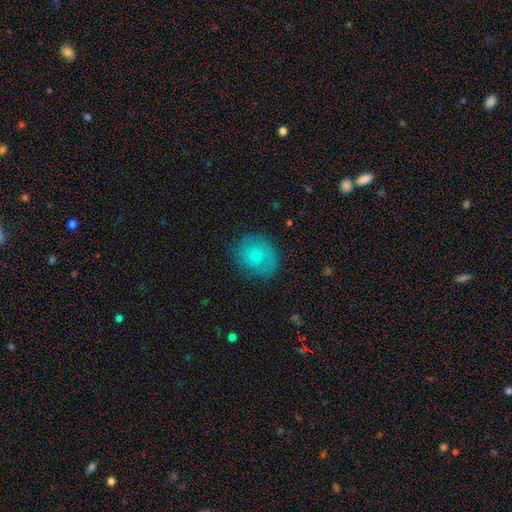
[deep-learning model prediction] A smooth galaxy with no disk features (49%). Merging: none (76%).